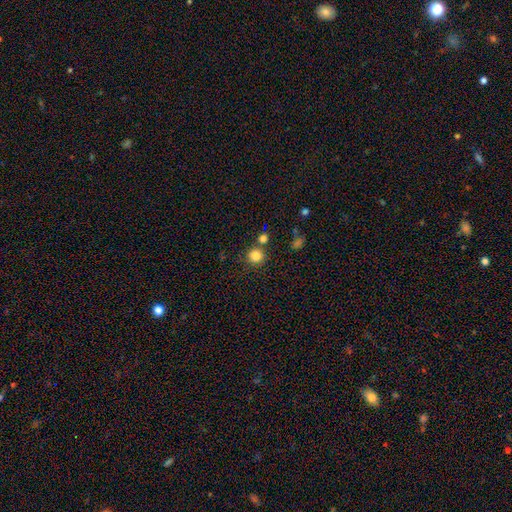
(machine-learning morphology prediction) smooth-or-featured: smooth: 83% | star or artifact: 12% | featured or disk: 5%
  how-rounded: round: 92% | in between: 7% | cigar-shaped: 1%
  merging: none: 76% | merger: 12% | minor disturbance: 9% | major disturbance: 3%